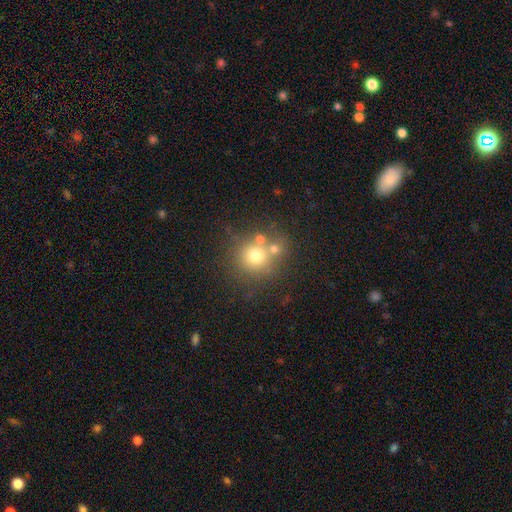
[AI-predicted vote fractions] smooth_or_featured: smooth (p=0.69) [alt: star or artifact p=0.16]
how_rounded: round (p=0.89) [alt: in between p=0.10]
merging: none (p=0.60) [alt: merger p=0.26]